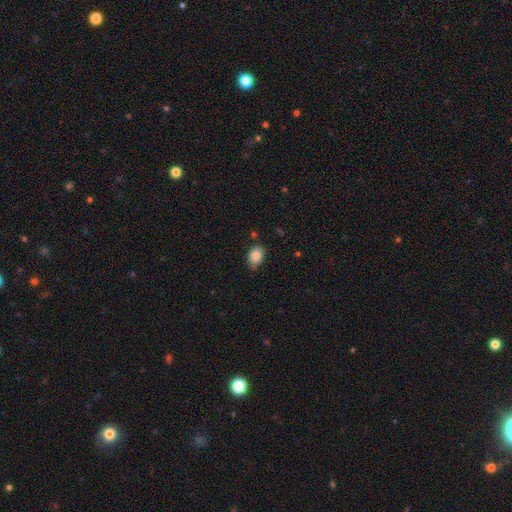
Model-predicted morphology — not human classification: This is clearly a smooth galaxy (85%). How rounded: likely in between (68%). Merging: likely none (66%).